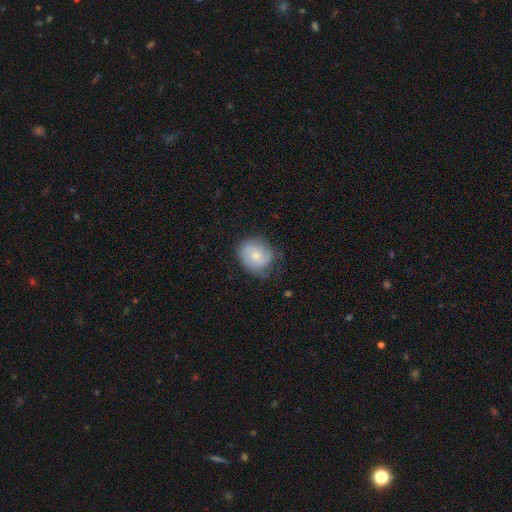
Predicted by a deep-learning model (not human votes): smooth_or_featured: featured or disk (p=0.50) [alt: smooth p=0.43]
disk_edge_on: no (p=0.98) [alt: yes p=0.02]
merging: none (p=0.67) [alt: minor disturbance p=0.24]